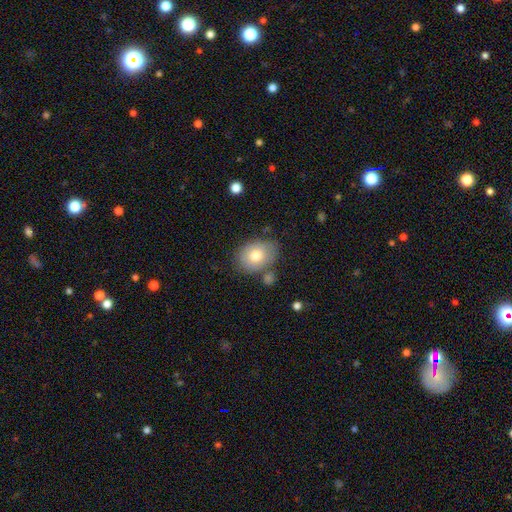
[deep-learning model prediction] Smooth or featured?
  - smooth: 75% *
  - featured or disk: 17%
  - star or artifact: 8%
How rounded?
  - in between: 65% *
  - round: 34%
  - cigar-shaped: 1%
Merging?
  - none: 68% *
  - minor disturbance: 18%
  - merger: 9%
  - major disturbance: 5%